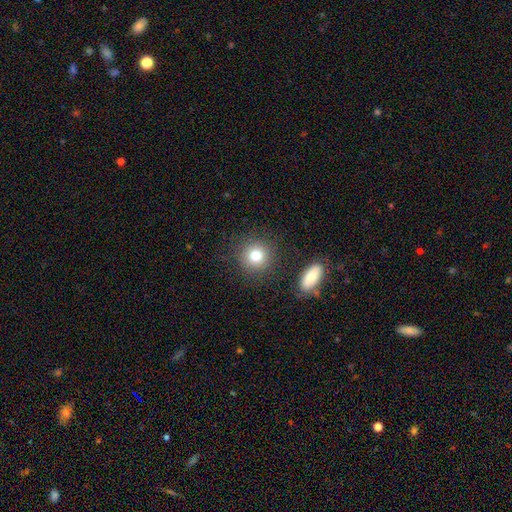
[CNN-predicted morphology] Q: Smooth or featured?
A: smooth (81%); runner-up: star or artifact (10%)
Q: How rounded?
A: round (89%); runner-up: in between (10%)
Q: Merging?
A: none (84%); runner-up: minor disturbance (8%)